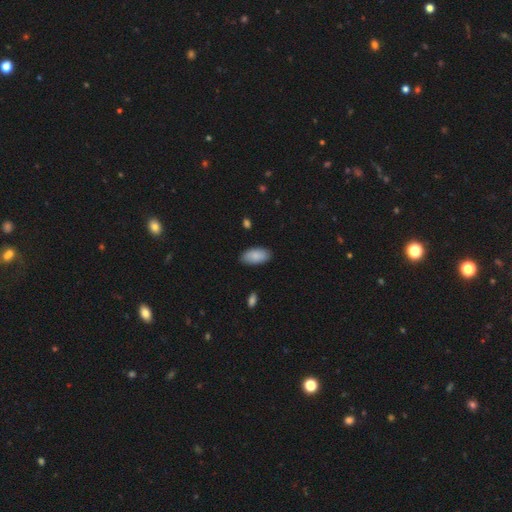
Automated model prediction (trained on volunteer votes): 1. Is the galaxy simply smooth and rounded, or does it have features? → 87% smooth, 7% featured or disk, 6% star or artifact.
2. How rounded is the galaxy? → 95% in between, 3% cigar-shaped, 2% round.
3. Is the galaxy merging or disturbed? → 87% none, 10% minor disturbance, 2% major disturbance, 1% merger.